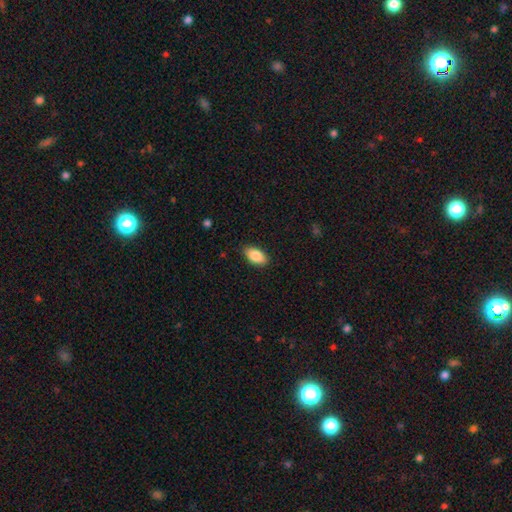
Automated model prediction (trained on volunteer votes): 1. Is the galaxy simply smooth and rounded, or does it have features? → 86% smooth, 7% featured or disk, 7% star or artifact.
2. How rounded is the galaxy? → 93% in between, 4% round, 3% cigar-shaped.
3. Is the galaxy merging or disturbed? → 86% none, 10% minor disturbance, 2% major disturbance, 1% merger.